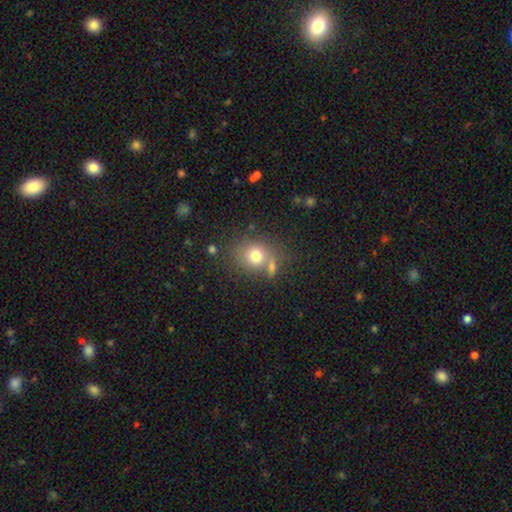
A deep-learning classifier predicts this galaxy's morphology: A smooth galaxy with no disk features (73%) that is round (71%). Merging: none (60%).